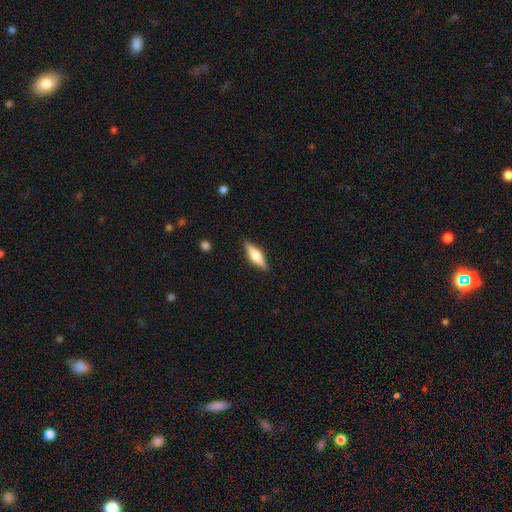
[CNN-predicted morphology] Q: Smooth or featured?
A: featured or disk (52%); runner-up: smooth (42%)
Q: Edge-on disk?
A: yes (95%); runner-up: no (5%)
Q: Merging?
A: none (88%); runner-up: minor disturbance (9%)